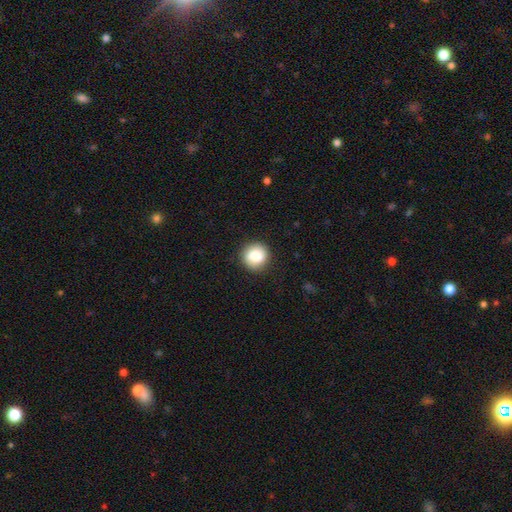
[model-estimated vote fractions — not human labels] Morphology: type=smooth (82%); roundness=round (92%); merging=none (88%).